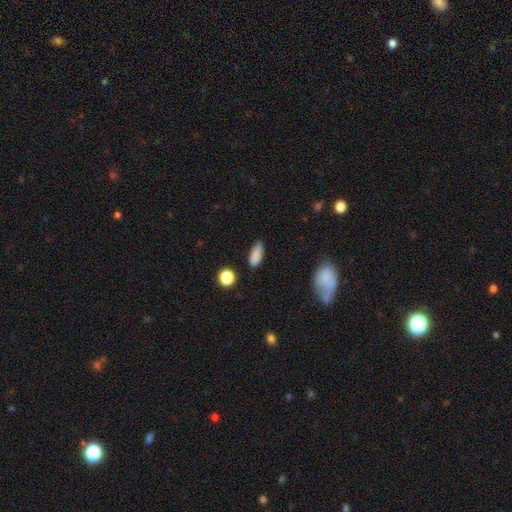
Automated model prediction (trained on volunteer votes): Overall: smooth (86%). How rounded: in between (79%). Merging: none (76%).